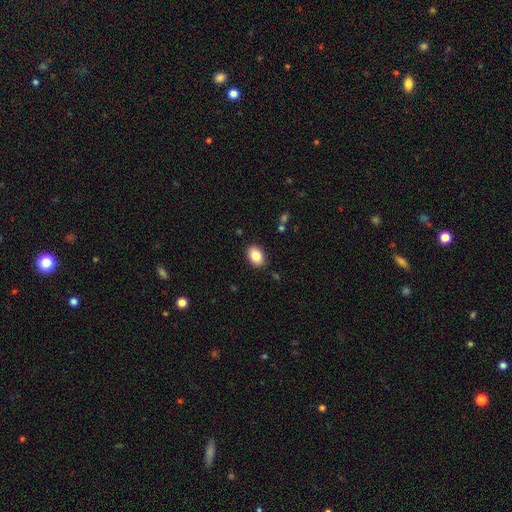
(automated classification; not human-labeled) smooth 86%, star or artifact 8%, featured or disk 6%. Down the decision tree: how rounded — in between (84%); merging — none (88%).